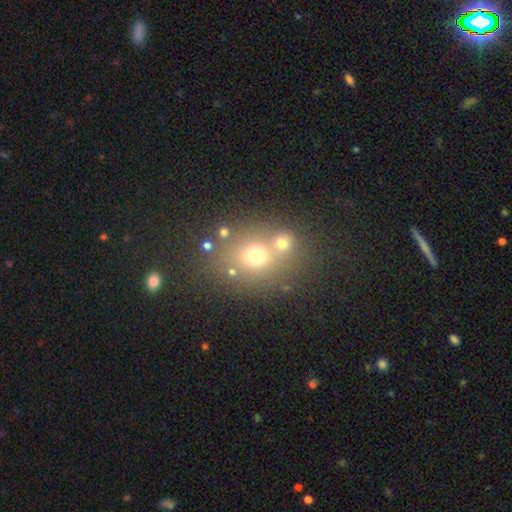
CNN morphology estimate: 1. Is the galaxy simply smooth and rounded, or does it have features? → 62% smooth, 21% star or artifact, 17% featured or disk.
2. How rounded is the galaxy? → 66% round, 33% in between, 1% cigar-shaped.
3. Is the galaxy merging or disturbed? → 53% none, 32% merger, 10% minor disturbance, 5% major disturbance.